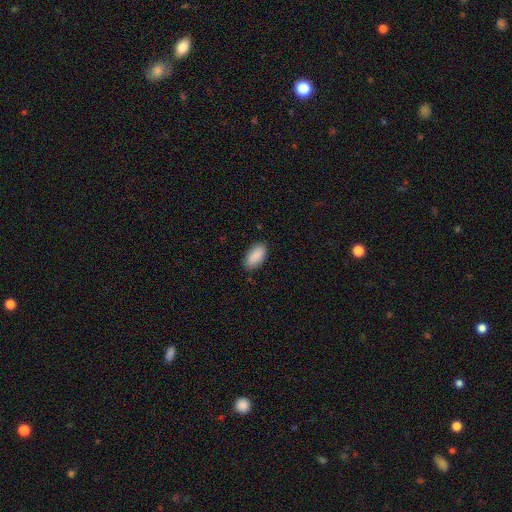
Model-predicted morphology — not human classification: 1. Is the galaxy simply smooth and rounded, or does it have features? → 90% smooth, 6% star or artifact, 4% featured or disk.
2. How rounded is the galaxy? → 93% in between, 4% cigar-shaped, 2% round.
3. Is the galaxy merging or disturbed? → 85% none, 12% minor disturbance, 2% major disturbance, 1% merger.